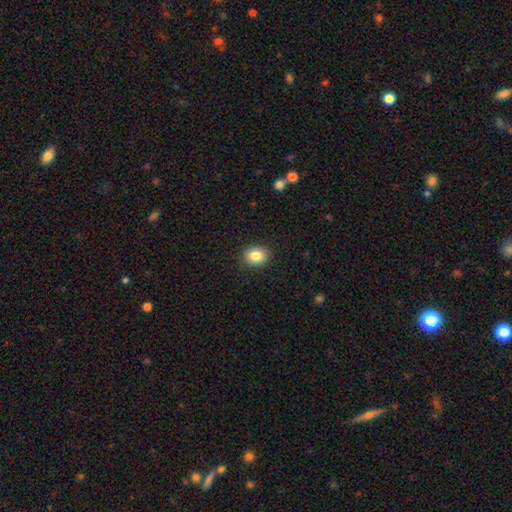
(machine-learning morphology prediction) This is clearly a smooth galaxy (84%). How rounded: likely round (60%). Merging: clearly none (90%).